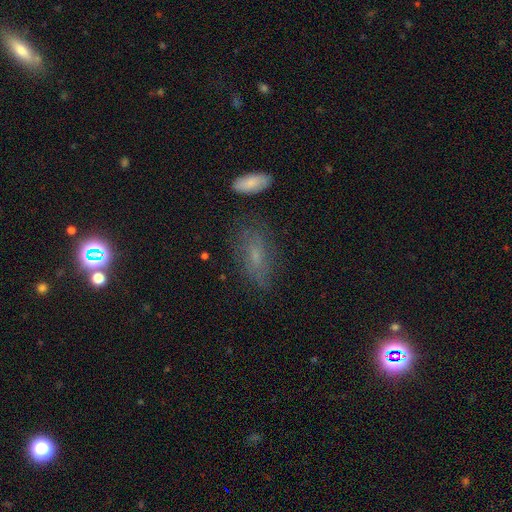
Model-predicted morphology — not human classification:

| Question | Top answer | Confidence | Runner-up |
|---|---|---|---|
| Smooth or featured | smooth | 49% | featured or disk (31%) |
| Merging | none | 67% | minor disturbance (21%) |